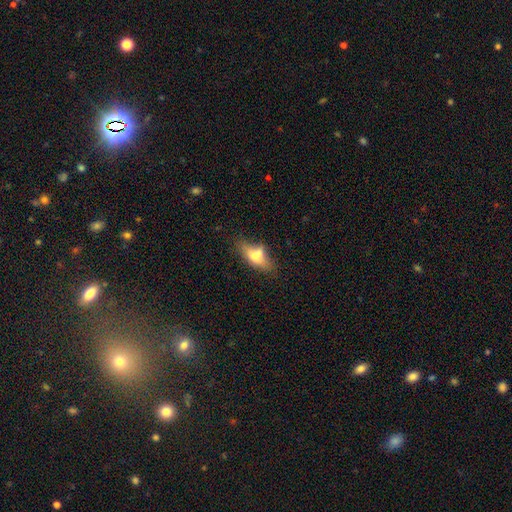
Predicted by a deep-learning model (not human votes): A smooth galaxy with no disk features (61%) that is in between round and cigar-shaped (73%).

Vote fractions:
- Smooth or featured? smooth: 61% / featured or disk: 30% / star or artifact: 9%
- How rounded? in between: 73% / cigar-shaped: 22% / round: 6%
- Merging? none: 46% / minor disturbance: 23% / merger: 18% / major disturbance: 13%